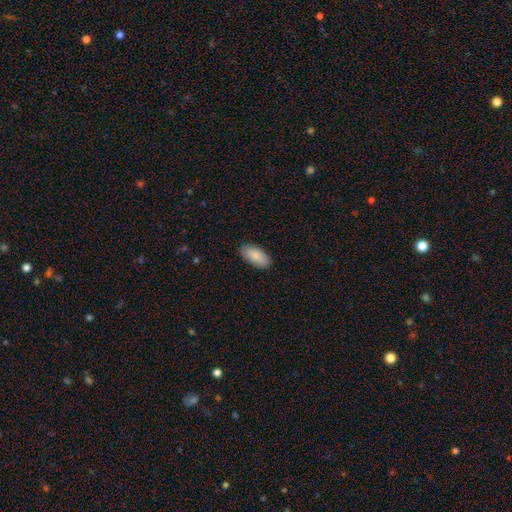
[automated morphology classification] A smooth galaxy with no disk features (88%) that is in between round and cigar-shaped (93%). Merging: none (89%).